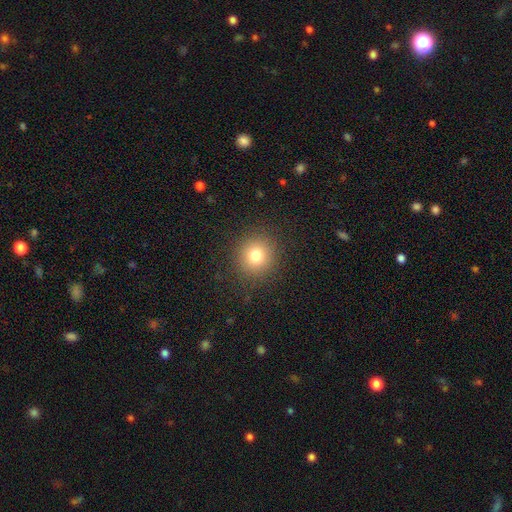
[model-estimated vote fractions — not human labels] Q: Smooth or featured?
A: smooth (77%); runner-up: star or artifact (14%)
Q: How rounded?
A: round (91%); runner-up: in between (8%)
Q: Merging?
A: none (89%); runner-up: minor disturbance (7%)